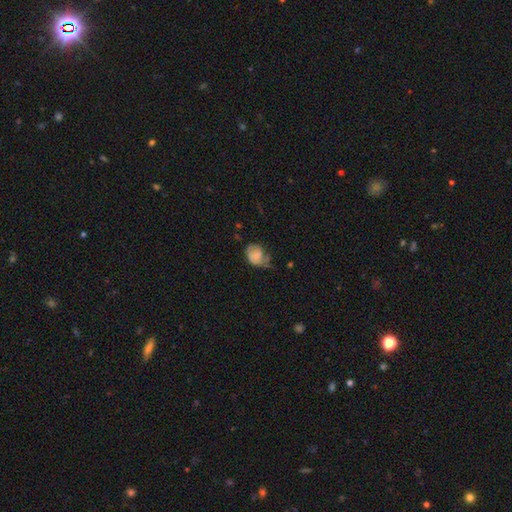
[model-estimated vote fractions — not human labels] Smooth or featured?
  - smooth: 64% *
  - featured or disk: 27%
  - star or artifact: 9%
How rounded?
  - in between: 60% *
  - round: 39%
  - cigar-shaped: 1%
Merging?
  - minor disturbance: 38% *
  - major disturbance: 29%
  - none: 29%
  - merger: 4%